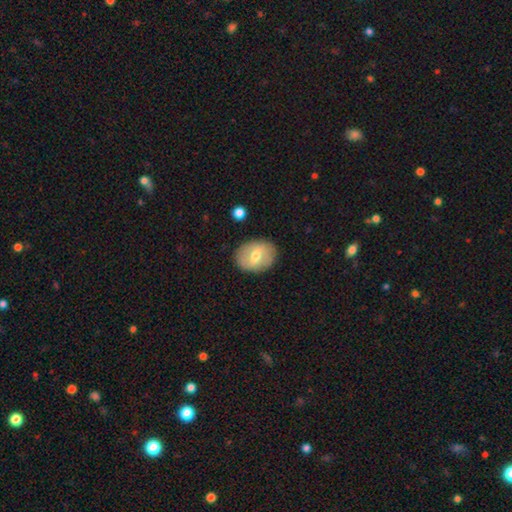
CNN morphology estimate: A smooth galaxy with no disk features (52%) that is in between round and cigar-shaped (57%). Merging: none (85%).